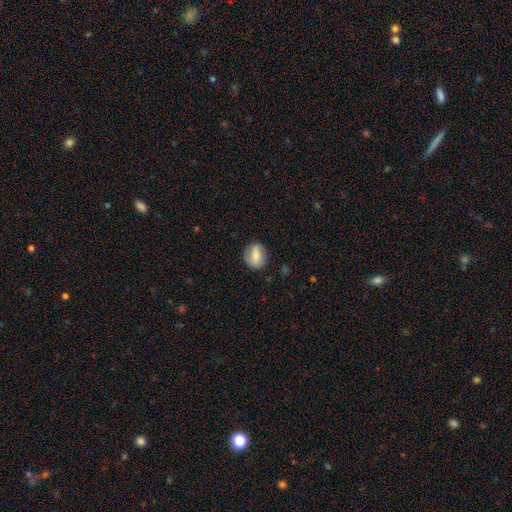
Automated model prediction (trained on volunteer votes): Smooth or featured: smooth — 67% (featured or disk — 25%)
How rounded: round — 54% (in between — 44%)
Merging: none — 82% (minor disturbance — 13%)